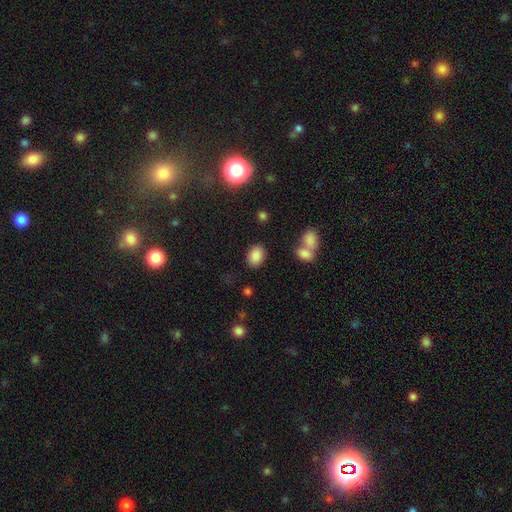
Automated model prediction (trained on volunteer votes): smooth_or_featured: smooth (p=0.85) [alt: star or artifact p=0.10]
how_rounded: in between (p=0.77) [alt: round p=0.22]
merging: none (p=0.83) [alt: minor disturbance p=0.09]